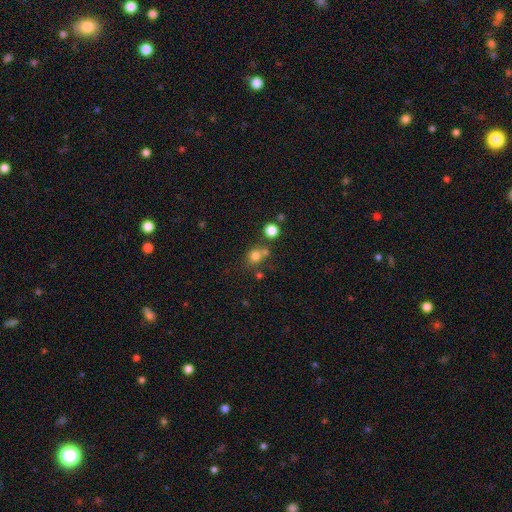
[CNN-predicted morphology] A smooth galaxy with no disk features (76%) that is round (77%). Merging: none (59%).